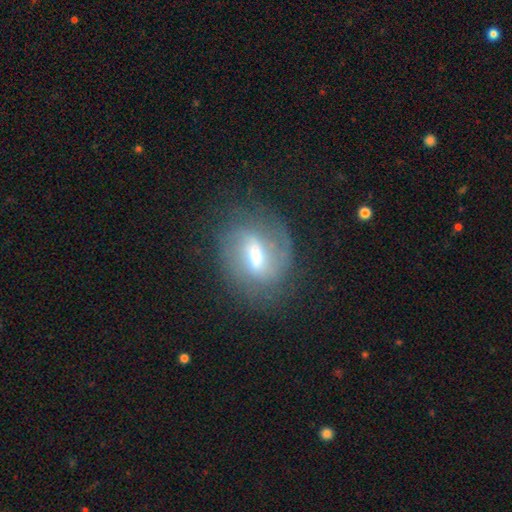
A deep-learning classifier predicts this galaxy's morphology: Smooth or featured: featured or disk — 70% (smooth — 22%)
Edge-on disk: no — 92% (yes — 8%)
Bar: weak — 47% (strong — 39%)
Spiral arms: yes — 83% (no — 17%)
Spiral winding: tight — 39% (tied with medium — 39%)
Spiral arm count: 2 — 60% (can't tell — 22%)
Bulge size: moderate — 59% (small — 27%)
Merging: none — 73% (minor disturbance — 17%)